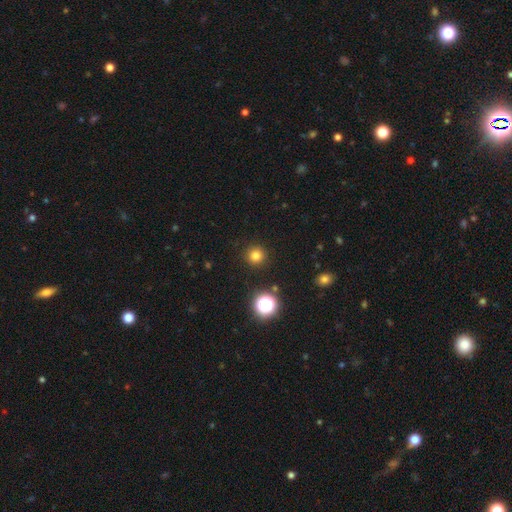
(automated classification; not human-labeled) Smooth or featured? smooth (79%)
How rounded? round (95%)
Merging? none (92%)